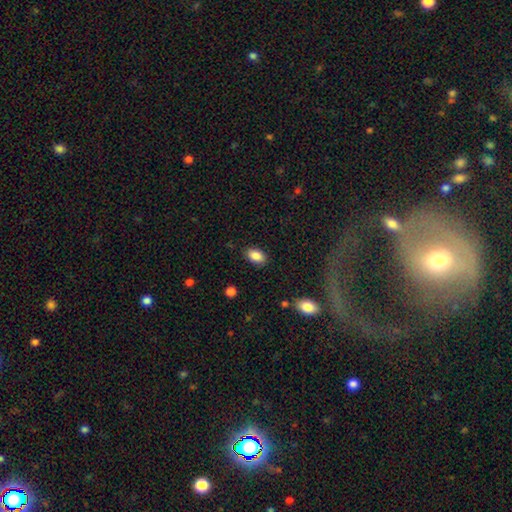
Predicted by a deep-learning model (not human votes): Smooth or featured? Predicted: smooth (p=0.86). How rounded? Predicted: in between (p=0.90). Merging? Predicted: none (p=0.85).